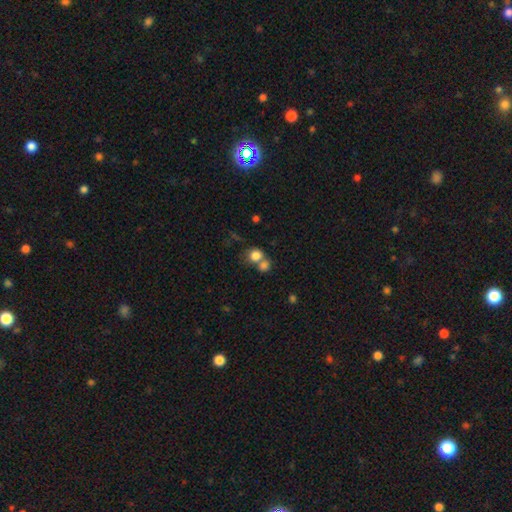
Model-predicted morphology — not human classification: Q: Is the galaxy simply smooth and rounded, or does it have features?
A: smooth — 79%.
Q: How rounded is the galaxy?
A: round — 73%.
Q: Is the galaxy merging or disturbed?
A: merger — 50%.